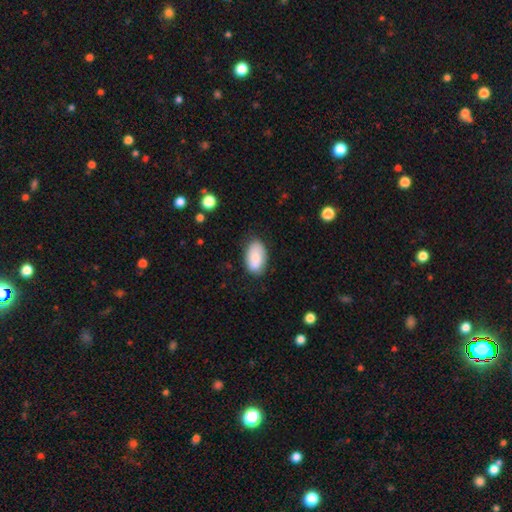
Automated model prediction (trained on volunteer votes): Smooth or featured? Predicted: smooth (p=0.76). How rounded? Predicted: in between (p=0.94). Merging? Predicted: none (p=0.75).